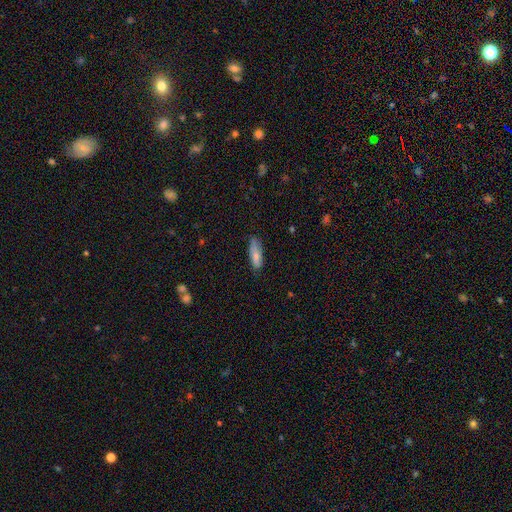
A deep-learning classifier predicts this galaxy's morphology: A smooth galaxy with no disk features (77%) that is in between round and cigar-shaped (60%). Merging: none (70%).